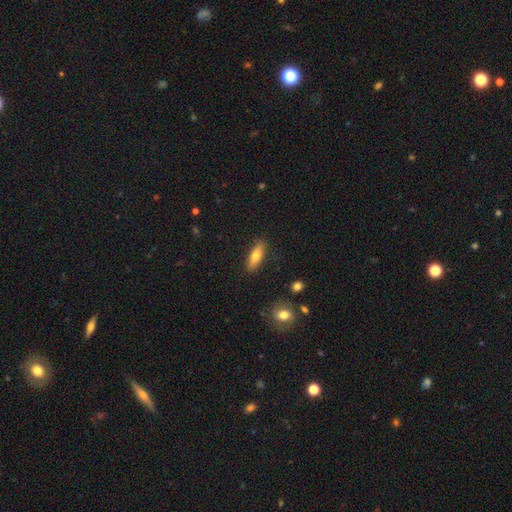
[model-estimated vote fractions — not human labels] The model was most divided on "how rounded": in between: 51%, cigar-shaped: 46%, round: 2%. More confident: merging — none (87%); smooth or featured — smooth (71%).